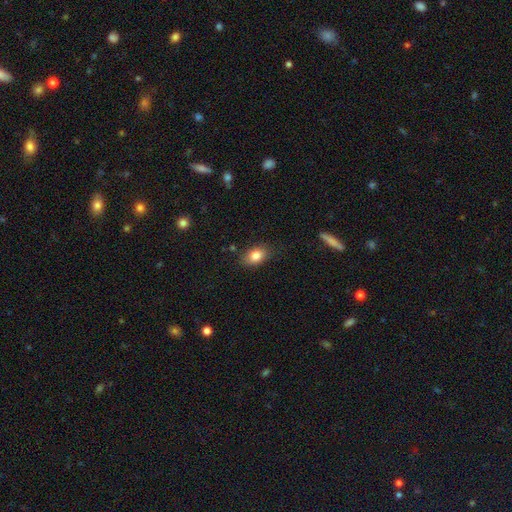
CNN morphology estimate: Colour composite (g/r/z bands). It shows a smooth galaxy with no disk features (83%) that is in between round and cigar-shaped (83%). Merging: none (80%).